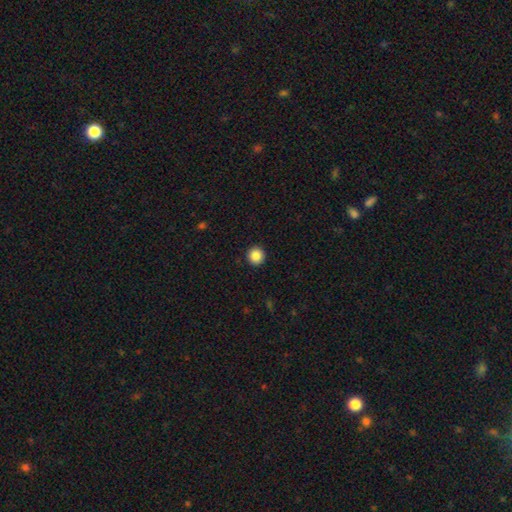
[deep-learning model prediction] Morphology: type=smooth (87%); roundness=round (95%); merging=none (93%).